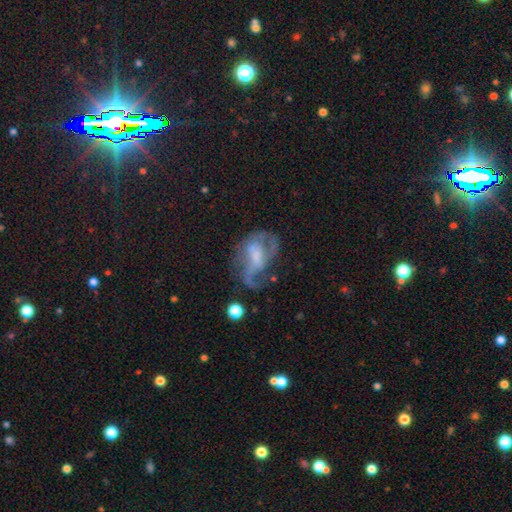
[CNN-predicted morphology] Smooth or featured? featured or disk (69%)
Edge-on disk? no (96%)
Bar? no (43%)
Spiral arms? yes (70%)
Bulge size? moderate (30%, tied with small)
Merging? major disturbance (37%)